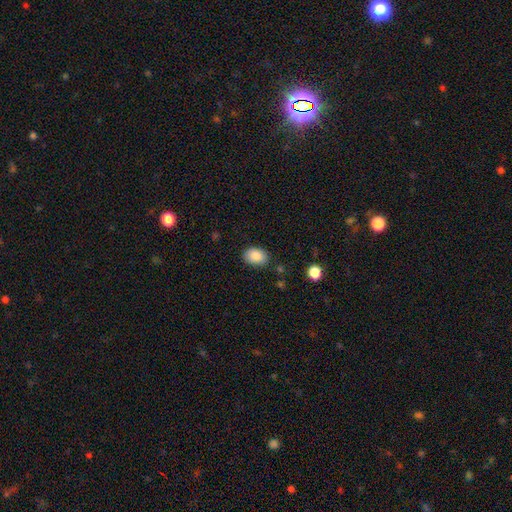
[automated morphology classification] Smooth or featured: smooth — 86% (star or artifact — 8%)
How rounded: in between — 80% (round — 19%)
Merging: none — 84% (minor disturbance — 12%)